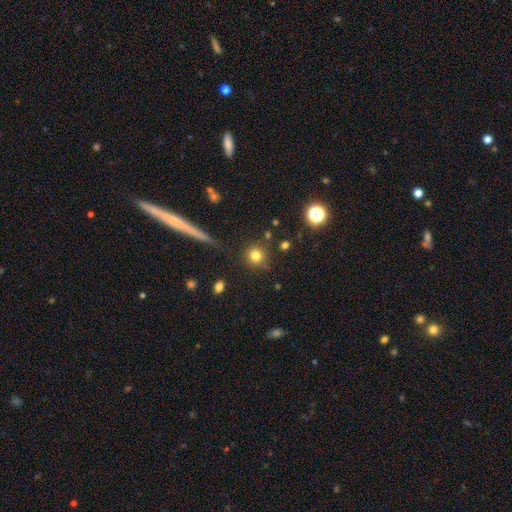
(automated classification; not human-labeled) Smooth or featured? Predicted: smooth (p=0.79). How rounded? Predicted: round (p=0.92). Merging? Predicted: none (p=0.82).